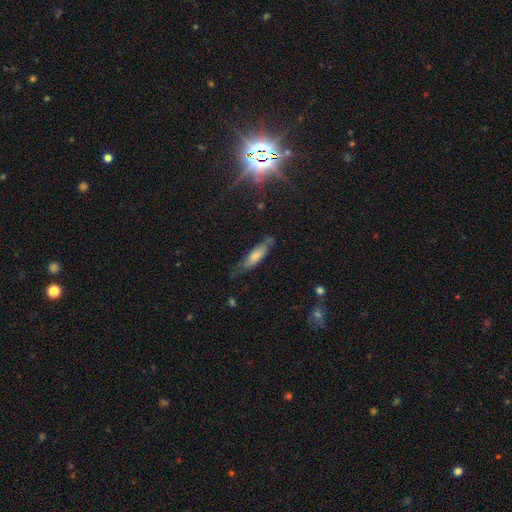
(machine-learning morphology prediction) type=smooth (61%); roundness=cigar-shaped (64%); merging=none (60%).